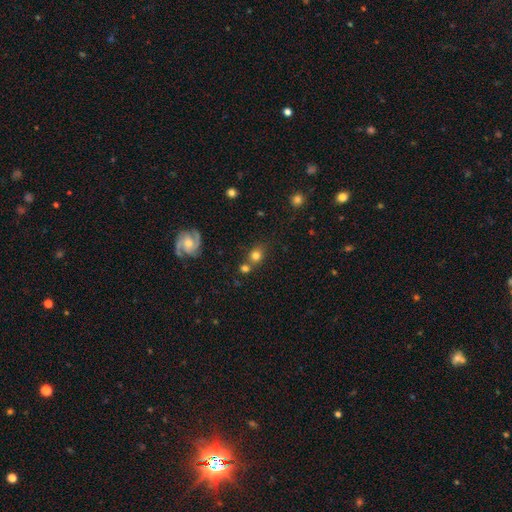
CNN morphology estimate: Smooth or featured? smooth (75%)
How rounded? round (72%)
Merging? none (58%)